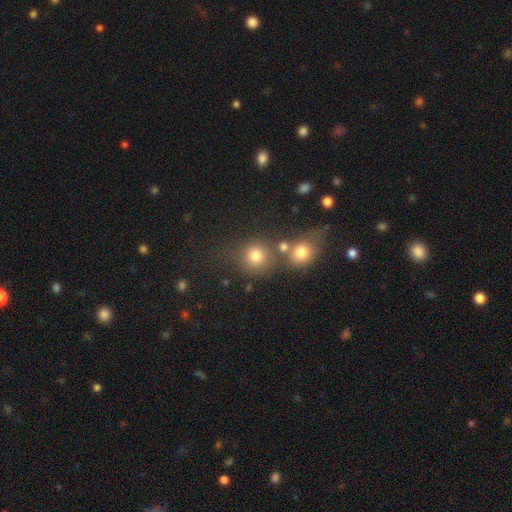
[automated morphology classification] The model was most divided on "merging": none: 60%, merger: 25%, minor disturbance: 10%, major disturbance: 6%. More confident: how rounded — round (87%); smooth or featured — smooth (77%).